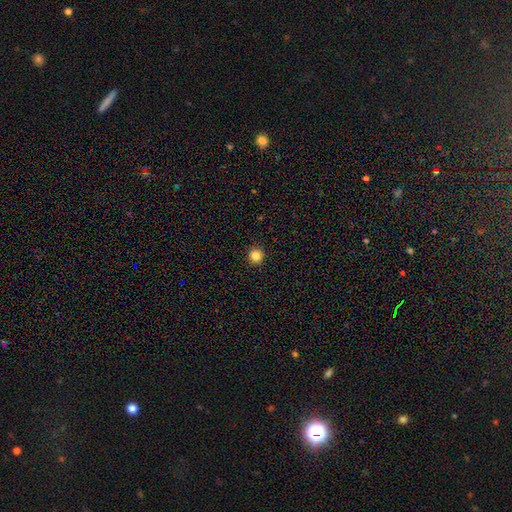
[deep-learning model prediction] Morphology: type=smooth (84%); roundness=round (94%); merging=none (93%).